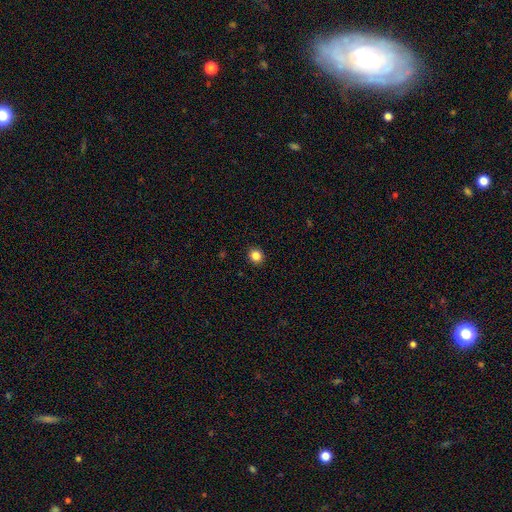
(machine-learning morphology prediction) Smooth or featured: smooth — 85% (star or artifact — 11%)
How rounded: round — 88% (in between — 11%)
Merging: none — 92% (minor disturbance — 5%)